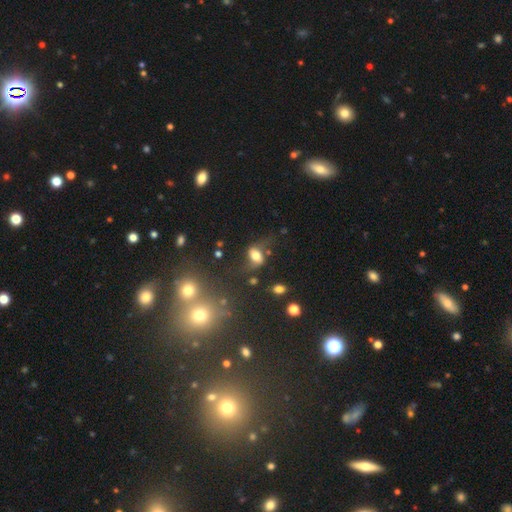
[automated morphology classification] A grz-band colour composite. It shows a smooth galaxy with no disk features (55%) that is in between round and cigar-shaped (80%). Merging: none (49%).